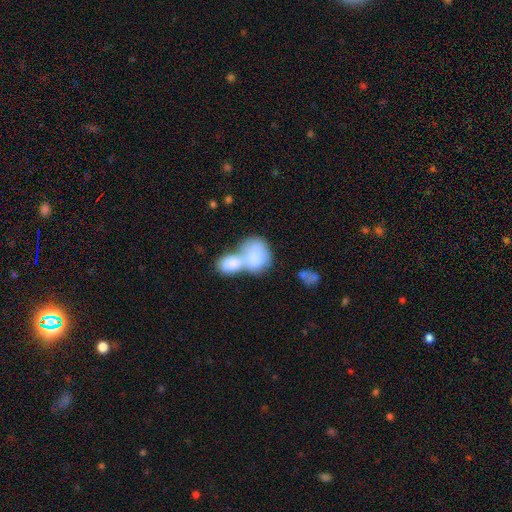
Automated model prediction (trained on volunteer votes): Smooth or featured?
  - smooth: 75% *
  - featured or disk: 18%
  - star or artifact: 6%
How rounded?
  - in between: 62% *
  - round: 35%
  - cigar-shaped: 2%
Merging?
  - merger: 75% *
  - none: 11%
  - major disturbance: 7%
  - minor disturbance: 6%